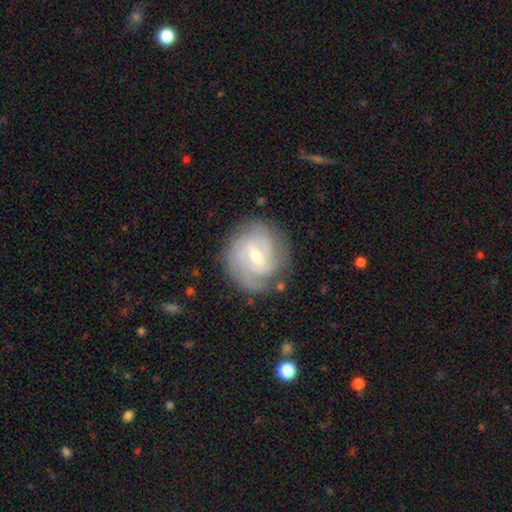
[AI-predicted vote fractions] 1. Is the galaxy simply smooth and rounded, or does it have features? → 86% featured or disk, 9% smooth, 5% star or artifact.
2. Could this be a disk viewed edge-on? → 98% no, 2% yes.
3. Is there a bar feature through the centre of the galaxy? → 58% weak, 23% no, 18% strong.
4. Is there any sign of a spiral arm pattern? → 96% yes, 4% no.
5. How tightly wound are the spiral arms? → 70% tight, 25% medium, 5% loose.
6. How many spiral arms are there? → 31% 3, 24% can't tell, 23% 2, 12% 4, 5% 1, 5% more than 4.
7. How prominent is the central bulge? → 49% small, 48% moderate, 1% large, 1% none, 1% dominant.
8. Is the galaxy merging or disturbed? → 79% none, 15% minor disturbance, 5% major disturbance, 1% merger.